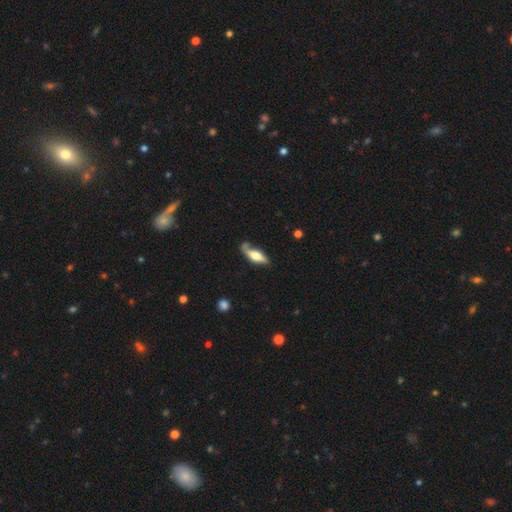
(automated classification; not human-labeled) smooth_or_featured: smooth (p=0.52) [alt: featured or disk p=0.42]
how_rounded: in between (p=0.55) [alt: cigar-shaped p=0.42]
merging: none (p=0.50) [alt: minor disturbance p=0.28]